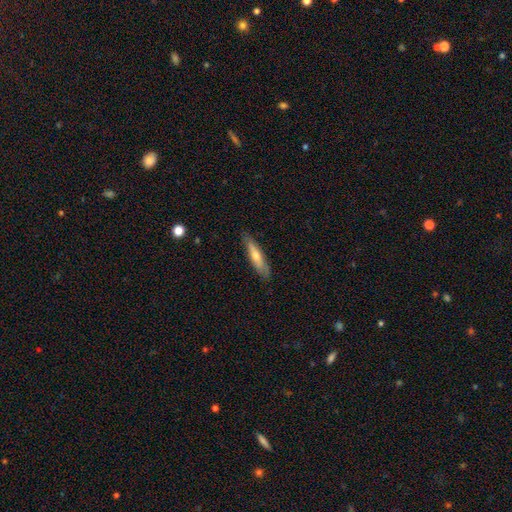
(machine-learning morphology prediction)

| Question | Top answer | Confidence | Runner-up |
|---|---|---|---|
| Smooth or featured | smooth | 56% | featured or disk (39%) |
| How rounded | cigar-shaped | 80% | in between (18%) |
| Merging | none | 84% | minor disturbance (12%) |